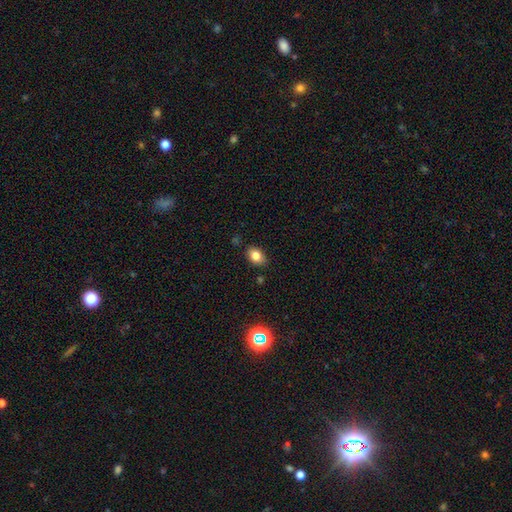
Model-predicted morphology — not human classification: Smooth or featured: smooth — 82% (star or artifact — 10%)
How rounded: in between — 76% (round — 23%)
Merging: none — 82% (minor disturbance — 13%)